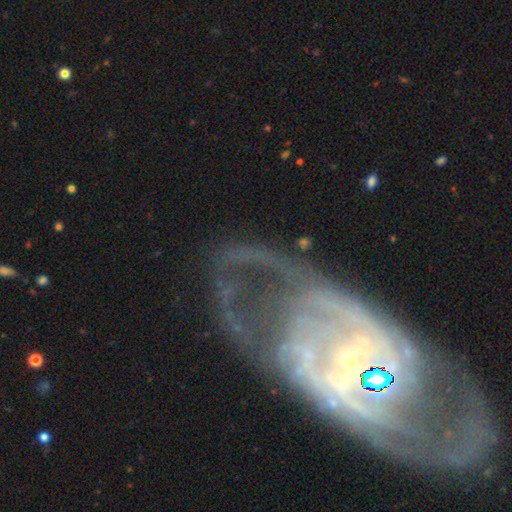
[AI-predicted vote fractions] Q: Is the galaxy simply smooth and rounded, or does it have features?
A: featured or disk — 80%.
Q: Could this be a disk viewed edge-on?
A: no — 93%.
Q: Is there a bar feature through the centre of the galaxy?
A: no — 50%.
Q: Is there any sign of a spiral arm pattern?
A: yes — 85%.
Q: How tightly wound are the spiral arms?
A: tight — 45%.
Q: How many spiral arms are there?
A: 2 — 39%.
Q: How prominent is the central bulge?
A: small — 70%.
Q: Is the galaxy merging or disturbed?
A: none — 55%.